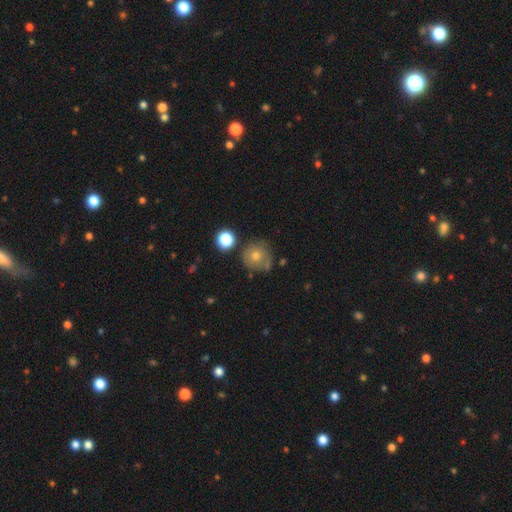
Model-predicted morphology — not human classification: A smooth galaxy with no disk features (63%) that is round (91%). Merging: none (68%).